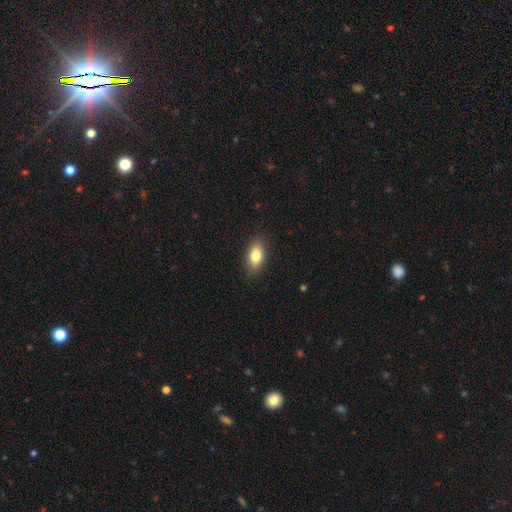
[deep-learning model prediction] This appears to be a smooth galaxy with no disk features (80%) that is in between round and cigar-shaped (87%). Merging: none (87%).